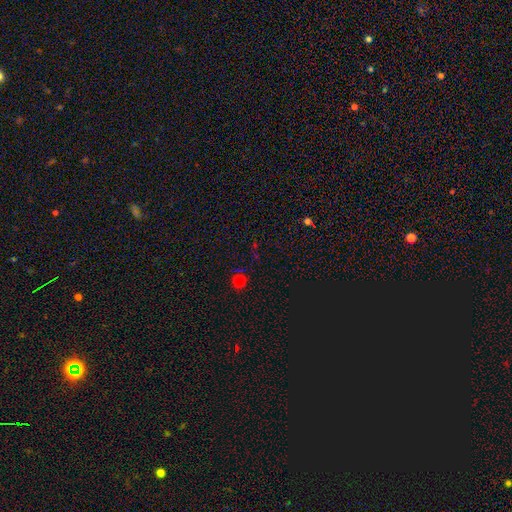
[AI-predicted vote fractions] Overall: star or artifact (54%; smooth 38%).